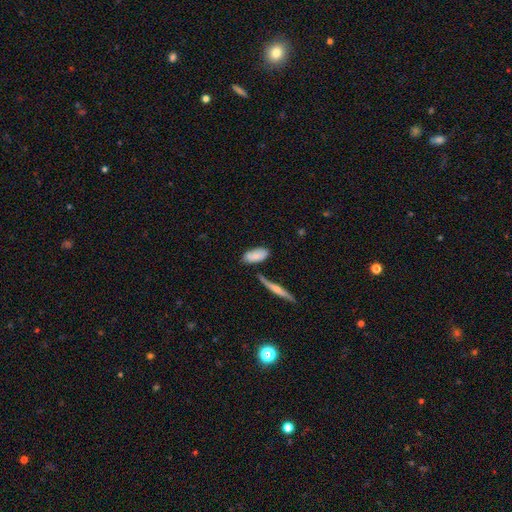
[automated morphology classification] Smooth or featured?
  - smooth: 79% *
  - featured or disk: 14%
  - star or artifact: 7%
How rounded?
  - in between: 90% *
  - cigar-shaped: 7%
  - round: 3%
Merging?
  - none: 61% *
  - minor disturbance: 21%
  - merger: 13%
  - major disturbance: 6%